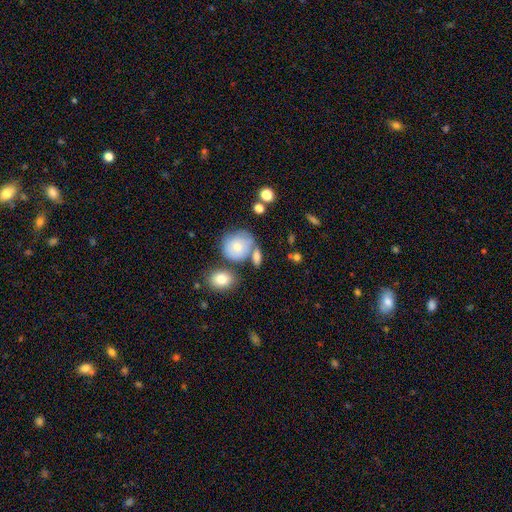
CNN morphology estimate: This is possibly a smooth galaxy (55%). How rounded: likely round (67%). Merging: possibly none (57%).